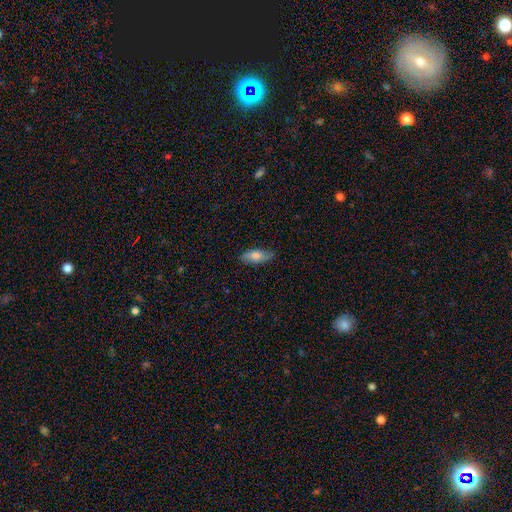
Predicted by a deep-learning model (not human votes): smooth-or-featured: smooth: 72% | featured or disk: 22% | star or artifact: 6%
  how-rounded: in between: 78% | cigar-shaped: 20% | round: 3%
  merging: none: 79% | minor disturbance: 17% | major disturbance: 3% | merger: 1%